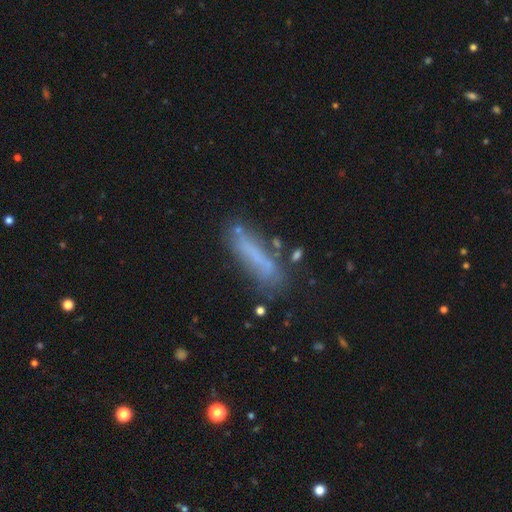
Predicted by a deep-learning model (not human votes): smooth-or-featured: smooth: 60% | featured or disk: 30% | star or artifact: 11%
  how-rounded: cigar-shaped: 82% | in between: 16% | round: 2%
  merging: none: 66% | minor disturbance: 20% | major disturbance: 8% | merger: 6%